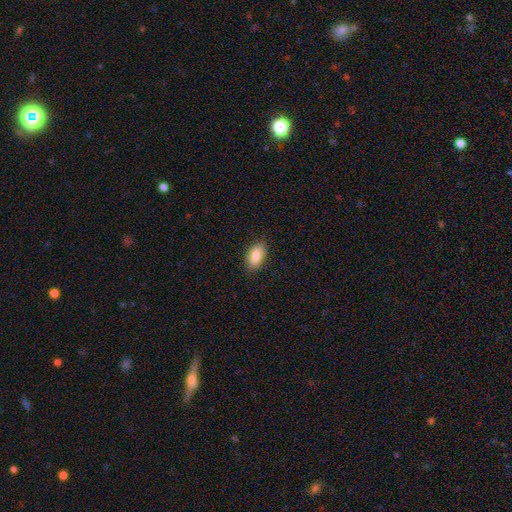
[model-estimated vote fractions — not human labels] This is clearly a smooth galaxy (87%). How rounded: clearly in between (92%). Merging: clearly none (87%).